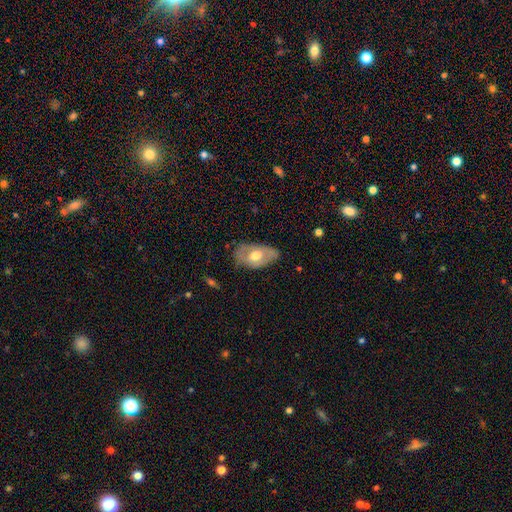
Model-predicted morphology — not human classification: smooth_or_featured: featured or disk (p=0.50) [alt: smooth p=0.45]
merging: none (p=0.68) [alt: minor disturbance p=0.25]